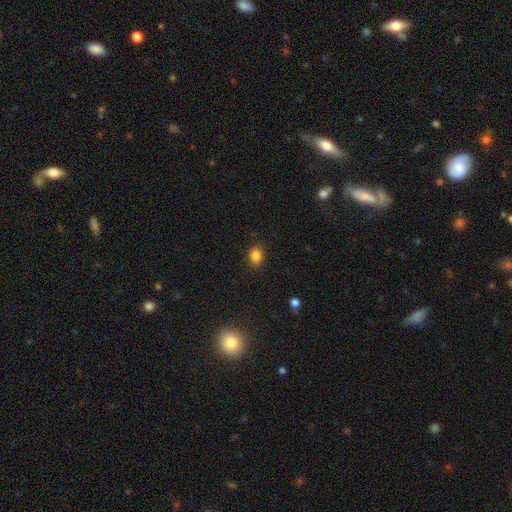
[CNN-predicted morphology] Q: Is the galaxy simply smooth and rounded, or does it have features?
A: smooth — 84%.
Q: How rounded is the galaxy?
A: round — 49%, tied with in between.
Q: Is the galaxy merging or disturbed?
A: none — 87%.